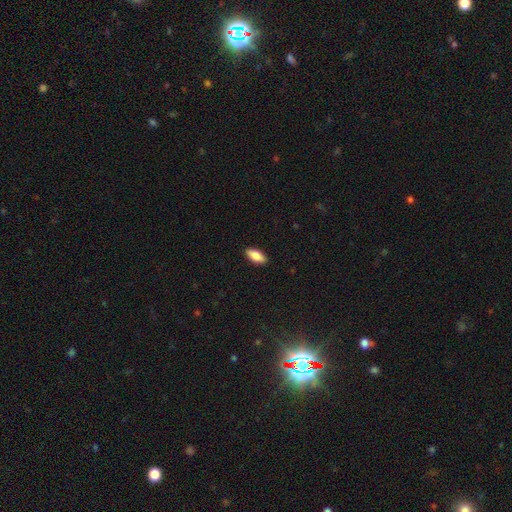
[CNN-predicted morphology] This is clearly a smooth galaxy (85%). How rounded: clearly in between (85%). Merging: clearly none (90%).